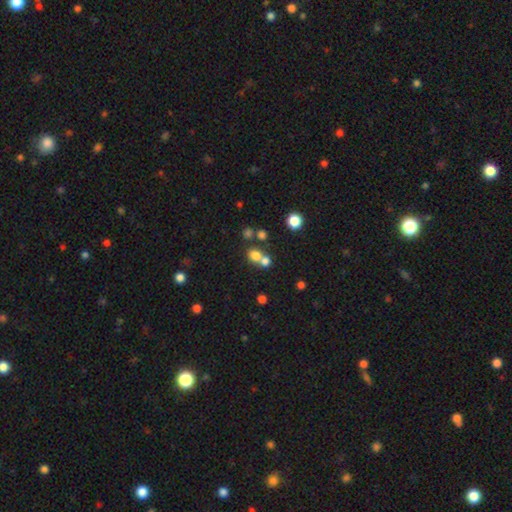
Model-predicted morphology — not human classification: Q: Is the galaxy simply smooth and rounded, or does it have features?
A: smooth — 73%.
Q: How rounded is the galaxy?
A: round — 80%.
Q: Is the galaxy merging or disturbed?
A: none — 46%.